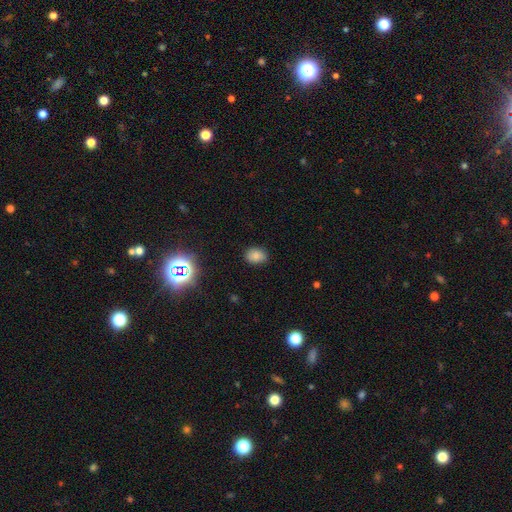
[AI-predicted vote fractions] Overall: smooth (81%). How rounded: in between (66%; round 33%). Merging: none (84%).